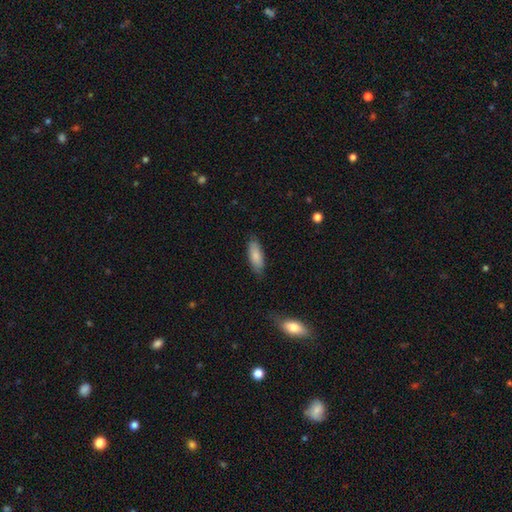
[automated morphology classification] Q: Smooth or featured?
A: smooth (84%); runner-up: featured or disk (11%)
Q: How rounded?
A: in between (71%); runner-up: cigar-shaped (28%)
Q: Merging?
A: none (82%); runner-up: minor disturbance (14%)